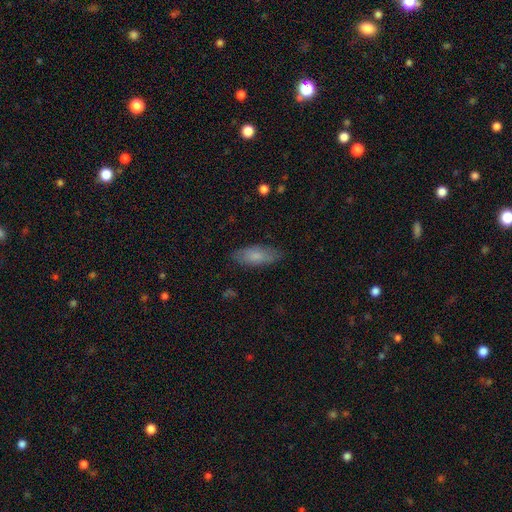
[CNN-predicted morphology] smooth 78%, featured or disk 16%, star or artifact 6%. Down the decision tree: how rounded — in between (76%); merging — none (83%).